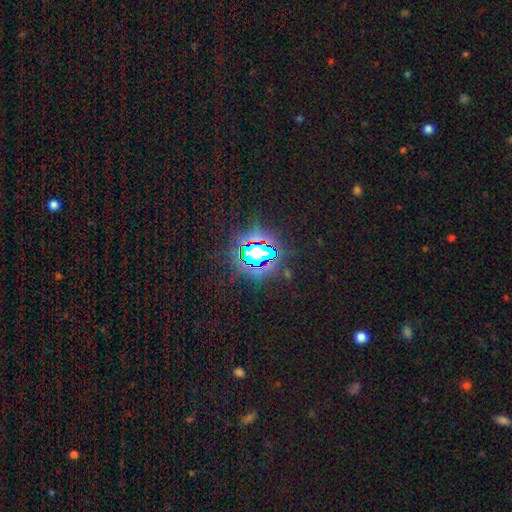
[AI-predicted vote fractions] A star or artifact, not a galaxy (75%).

Vote fractions:
- Smooth or featured? star or artifact: 75% / smooth: 15% / featured or disk: 10%